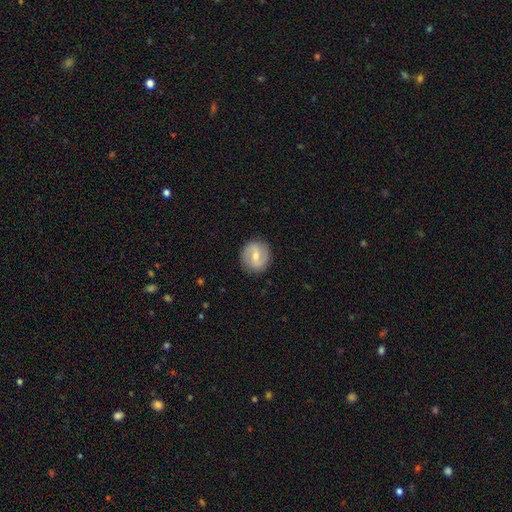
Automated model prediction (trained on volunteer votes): Smooth or featured?
  - featured or disk: 61% *
  - smooth: 33%
  - star or artifact: 6%
Edge-on disk?
  - no: 97% *
  - yes: 3%
Bar?
  - weak: 52% *
  - strong: 33%
  - no: 15%
Spiral arms?
  - yes: 78% *
  - no: 22%
Bulge size?
  - moderate: 53% *
  - small: 41%
  - none: 3%
  - large: 3%
  - dominant: 1%
Merging?
  - none: 88% *
  - minor disturbance: 9%
  - major disturbance: 3%
  - merger: 1%